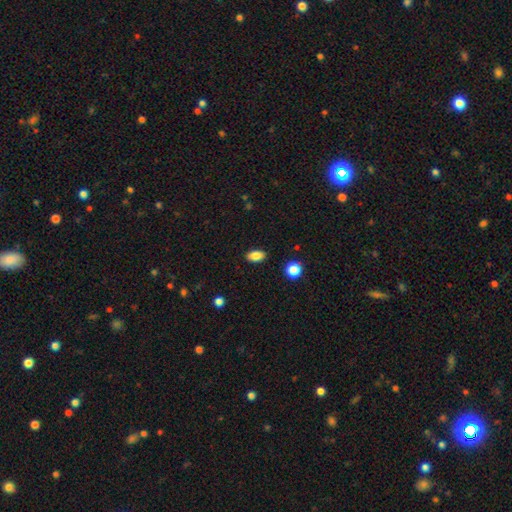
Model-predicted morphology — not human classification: Smooth or featured? Predicted: smooth (p=0.85). How rounded? Predicted: in between (p=0.89). Merging? Predicted: none (p=0.89).